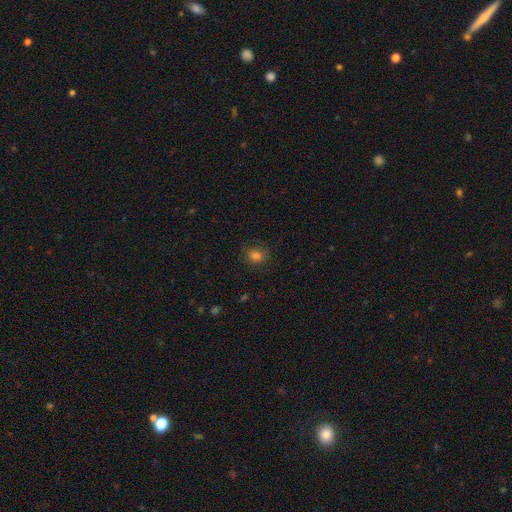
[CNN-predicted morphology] smooth_or_featured: smooth (p=0.80) [alt: star or artifact p=0.14]
how_rounded: round (p=0.62) [alt: in between p=0.37]
merging: none (p=0.80) [alt: minor disturbance p=0.15]